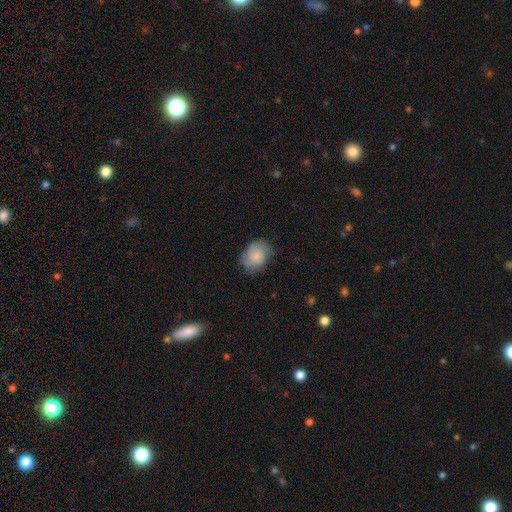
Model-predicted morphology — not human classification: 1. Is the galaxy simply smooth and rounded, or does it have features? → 72% smooth, 21% featured or disk, 7% star or artifact.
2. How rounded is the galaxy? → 55% in between, 44% round, 1% cigar-shaped.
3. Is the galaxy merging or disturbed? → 66% none, 25% minor disturbance, 8% major disturbance, 1% merger.